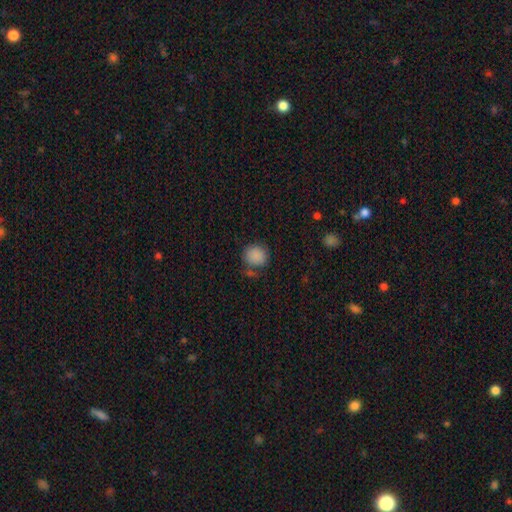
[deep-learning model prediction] Smooth or featured? Predicted: smooth (p=0.87). How rounded? Predicted: round (p=0.82). Merging? Predicted: none (p=0.71).